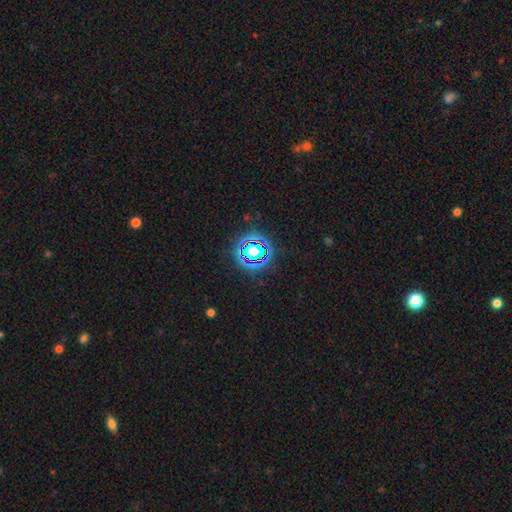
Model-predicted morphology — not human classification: smooth_or_featured: star or artifact (p=0.75) [alt: smooth p=0.16]